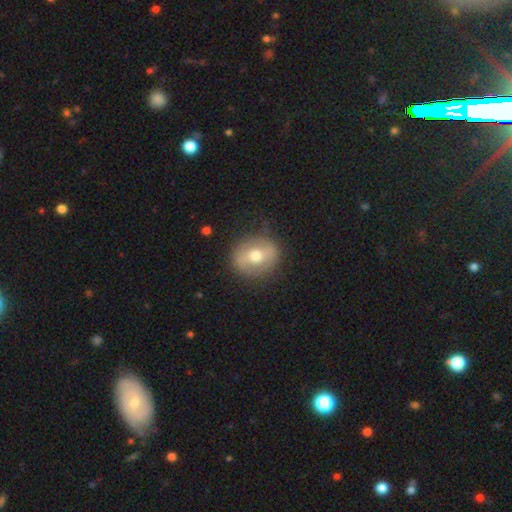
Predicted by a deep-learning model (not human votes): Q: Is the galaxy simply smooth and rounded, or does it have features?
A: featured or disk — 49%.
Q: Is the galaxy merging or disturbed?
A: none — 82%.